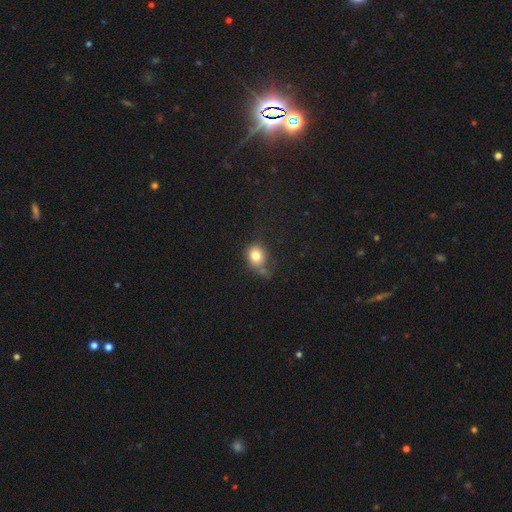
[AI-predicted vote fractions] This is likely a smooth galaxy (79%). How rounded: likely round (71%). Merging: possibly none (51%).